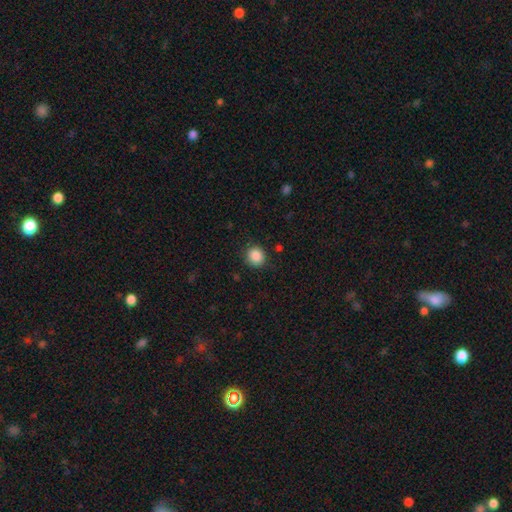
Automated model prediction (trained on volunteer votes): Morphology: type=smooth (88%); roundness=round (87%); merging=none (85%).